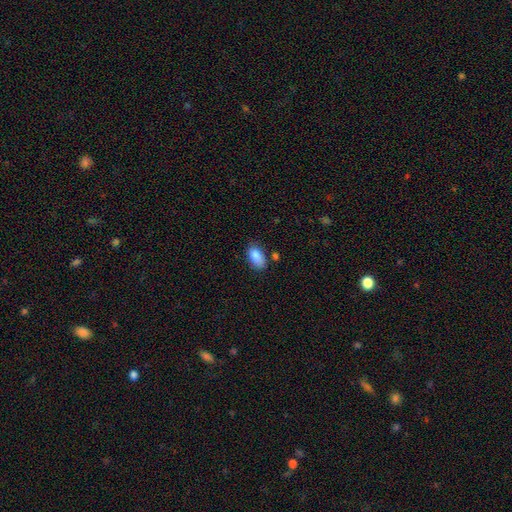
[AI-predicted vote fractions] Q: Smooth or featured?
A: smooth (87%); runner-up: star or artifact (7%)
Q: How rounded?
A: in between (93%); runner-up: round (5%)
Q: Merging?
A: none (72%); runner-up: minor disturbance (19%)